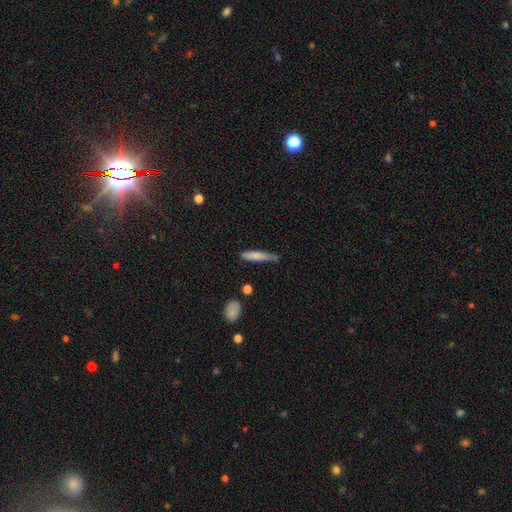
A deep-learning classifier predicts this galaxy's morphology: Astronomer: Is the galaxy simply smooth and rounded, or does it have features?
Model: smooth — 78%.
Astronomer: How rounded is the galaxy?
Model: cigar-shaped — 86%.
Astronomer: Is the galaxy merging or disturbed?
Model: none — 54% (runner-up: minor disturbance, 33%).